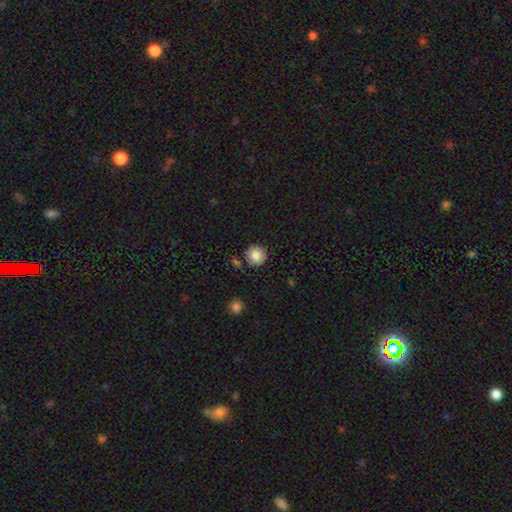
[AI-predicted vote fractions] Overall: smooth (84%). How rounded: round (93%). Merging: none (84%).